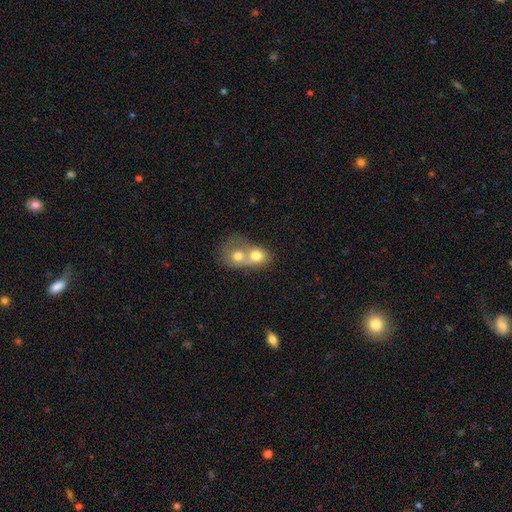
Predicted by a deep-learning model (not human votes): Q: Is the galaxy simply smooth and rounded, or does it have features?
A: smooth — 70%.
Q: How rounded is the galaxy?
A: round — 63%.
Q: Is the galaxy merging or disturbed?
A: merger — 78%.